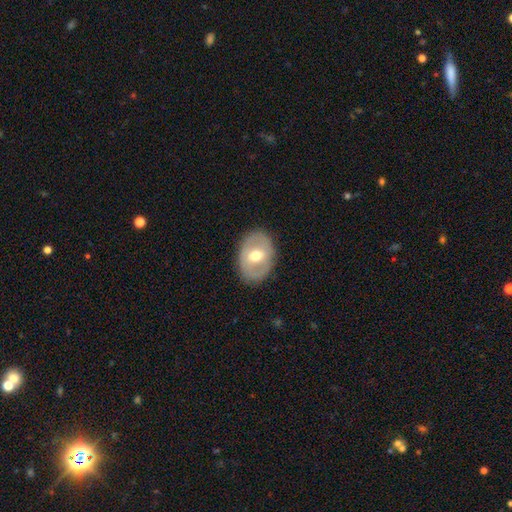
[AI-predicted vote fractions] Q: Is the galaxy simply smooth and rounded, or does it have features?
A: featured or disk — 52%.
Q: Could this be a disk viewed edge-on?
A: no — 92%.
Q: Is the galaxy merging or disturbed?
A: none — 84%.